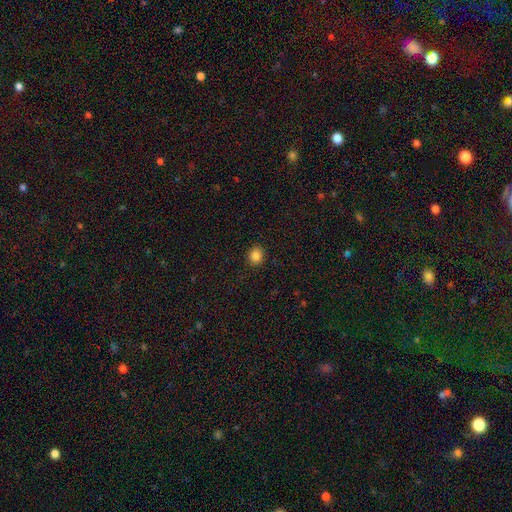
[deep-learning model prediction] A smooth galaxy with no disk features (85%) that is round (73%). Merging: none (90%).